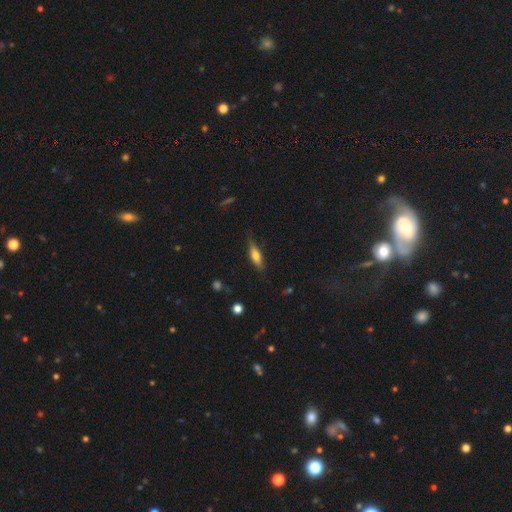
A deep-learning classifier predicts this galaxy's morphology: smooth 58%, featured or disk 35%, star or artifact 7%. Down the decision tree: how rounded — cigar-shaped (52%); merging — none (72%).